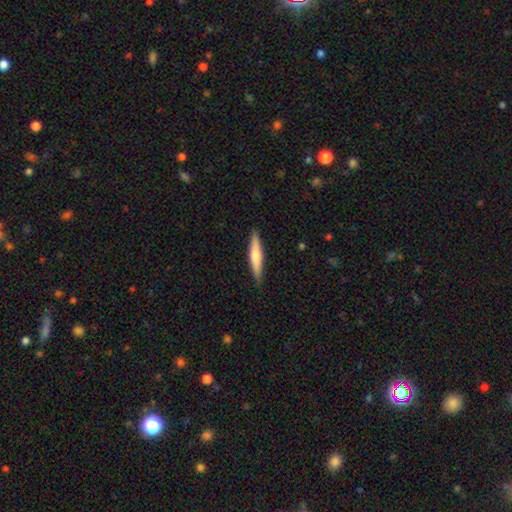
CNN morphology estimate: Q: Smooth or featured?
A: smooth (53%); runner-up: featured or disk (42%)
Q: How rounded?
A: cigar-shaped (88%); runner-up: in between (11%)
Q: Merging?
A: none (90%); runner-up: minor disturbance (8%)